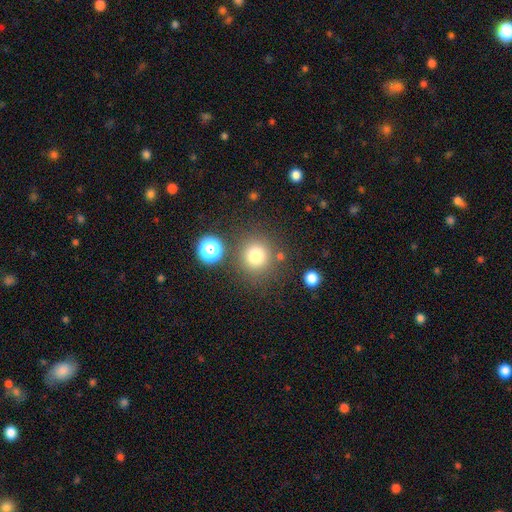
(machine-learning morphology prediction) This appears to be a smooth galaxy with no disk features (78%) that is round (92%). Merging: none (80%).